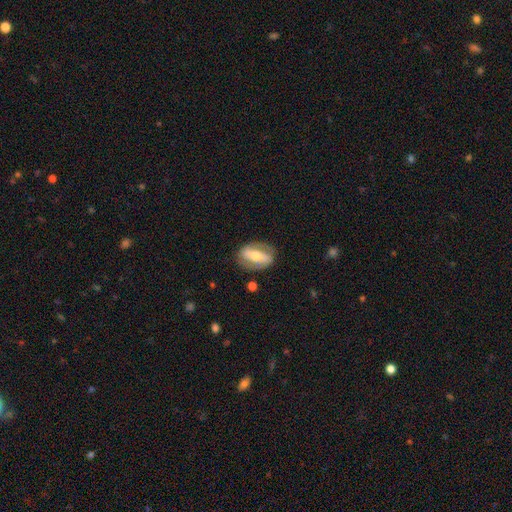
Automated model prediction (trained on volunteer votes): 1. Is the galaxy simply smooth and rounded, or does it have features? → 62% featured or disk, 32% smooth, 6% star or artifact.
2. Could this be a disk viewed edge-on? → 89% no, 11% yes.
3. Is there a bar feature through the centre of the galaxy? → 57% strong, 22% no, 20% weak.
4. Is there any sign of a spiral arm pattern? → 53% yes, 47% no.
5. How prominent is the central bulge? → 57% moderate, 35% small, 6% large, 2% none, 1% dominant.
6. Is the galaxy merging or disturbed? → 76% none, 16% minor disturbance, 6% major disturbance, 2% merger.